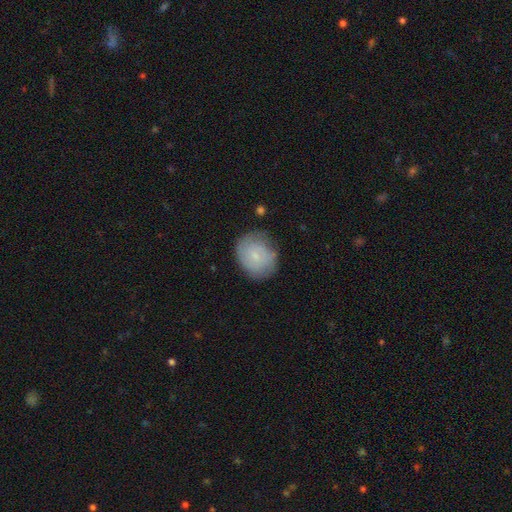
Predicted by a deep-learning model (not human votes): Smooth or featured: smooth — 59% (featured or disk — 33%)
How rounded: round — 64% (in between — 35%)
Merging: none — 70% (minor disturbance — 22%)